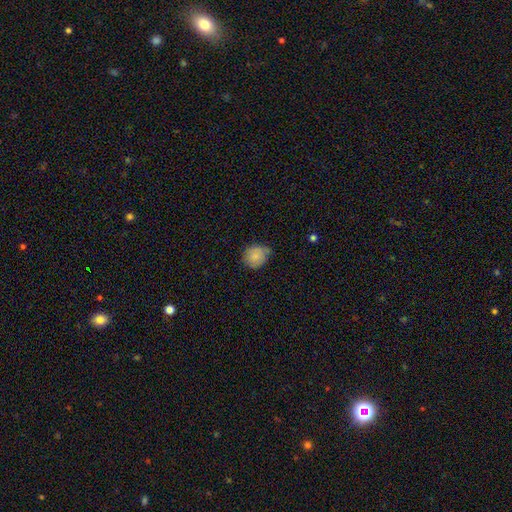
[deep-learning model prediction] Morphology: type=smooth (83%); roundness=round (70%); merging=none (61%).